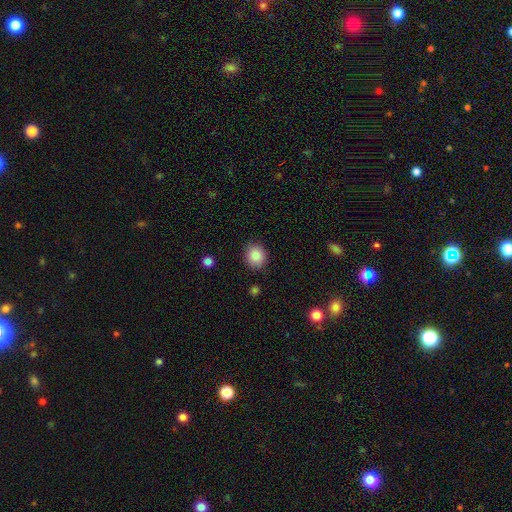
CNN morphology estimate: The model was most divided on "how rounded": round: 79%, in between: 20%, cigar-shaped: 1%. More confident: smooth or featured — smooth (88%); merging — none (87%).